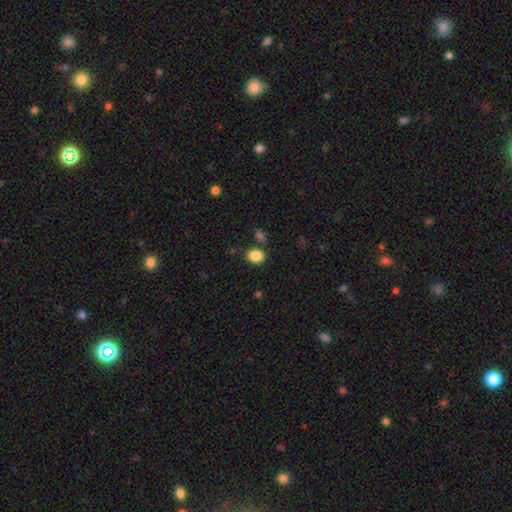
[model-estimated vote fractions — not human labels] Overall: smooth (87%). How rounded: in between (58%; round 42%). Merging: none (81%).